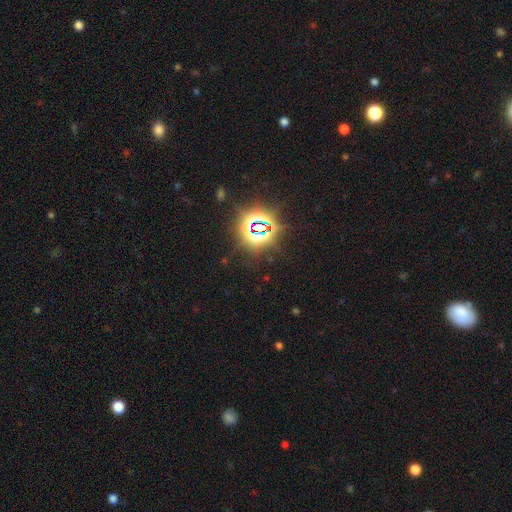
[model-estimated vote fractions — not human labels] This appears to be a star or artifact, not a galaxy (84%).